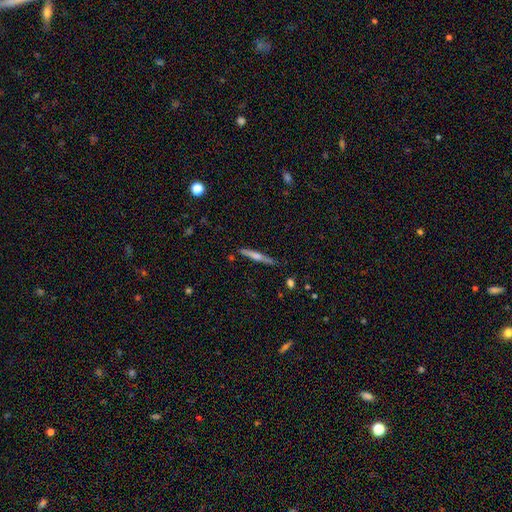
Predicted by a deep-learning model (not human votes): Smooth or featured: featured or disk — 57% (smooth — 36%)
Edge-on disk: yes — 97% (no — 3%)
Edge-on bulge: rounded — 67% (none — 20%)
Merging: none — 87% (minor disturbance — 10%)